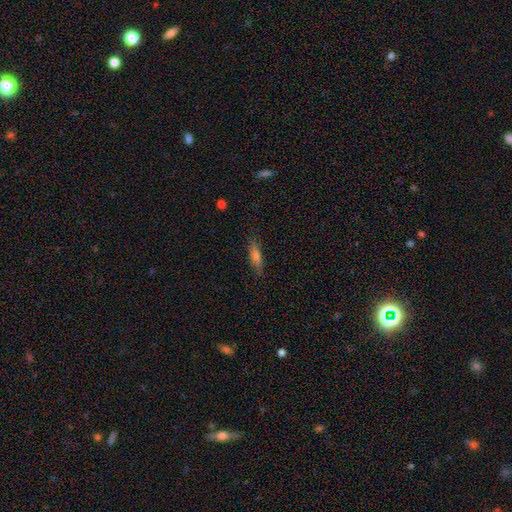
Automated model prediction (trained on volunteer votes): smooth-or-featured: smooth: 61% | featured or disk: 29% | star or artifact: 10%
  how-rounded: cigar-shaped: 71% | in between: 27% | round: 2%
  merging: none: 85% | minor disturbance: 12% | major disturbance: 2% | merger: 1%